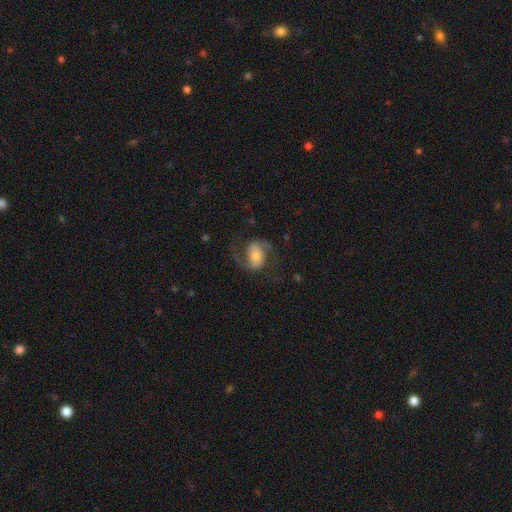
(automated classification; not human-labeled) smooth-or-featured: featured or disk: 78% | smooth: 15% | star or artifact: 7%
  disk-edge-on: no: 97% | yes: 3%
    bar: weak: 37% (tied) | no: 37% (tied) | strong: 27%
    has-spiral-arms: yes: 95% | no: 5%
      spiral-winding: medium: 51% | loose: 38% | tight: 11%
      spiral-arm-count: 2: 92% | can't tell: 3% | 1: 3% | 3: 1% | 4: 1% | more than 4: 1%
    bulge-size: moderate: 48% | small: 35% | large: 11% | none: 3% | dominant: 2%
  merging: none: 70% | minor disturbance: 14% | major disturbance: 14% | merger: 1%